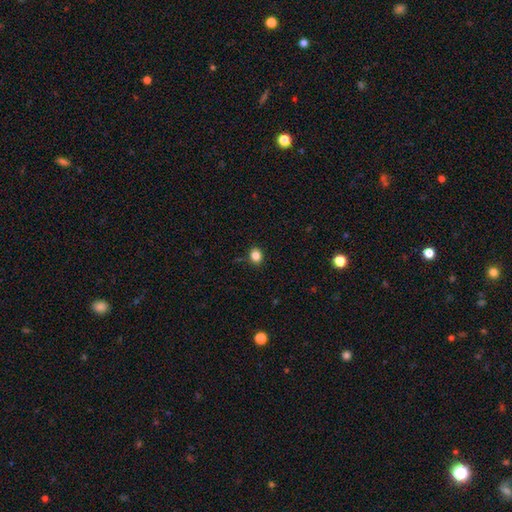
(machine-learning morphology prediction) Smooth or featured?
  - smooth: 84% *
  - star or artifact: 12%
  - featured or disk: 5%
How rounded?
  - round: 63% *
  - in between: 36%
  - cigar-shaped: 1%
Merging?
  - none: 87% *
  - minor disturbance: 9%
  - major disturbance: 2%
  - merger: 2%